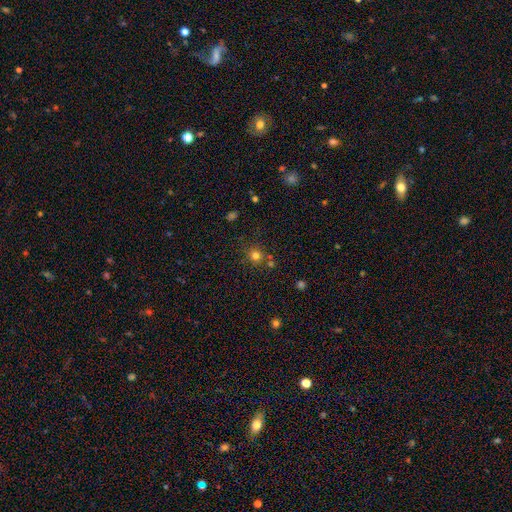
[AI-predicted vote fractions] The model was most divided on "smooth or featured": smooth: 75%, star or artifact: 18%, featured or disk: 7%. More confident: how rounded — round (90%); merging — none (76%).